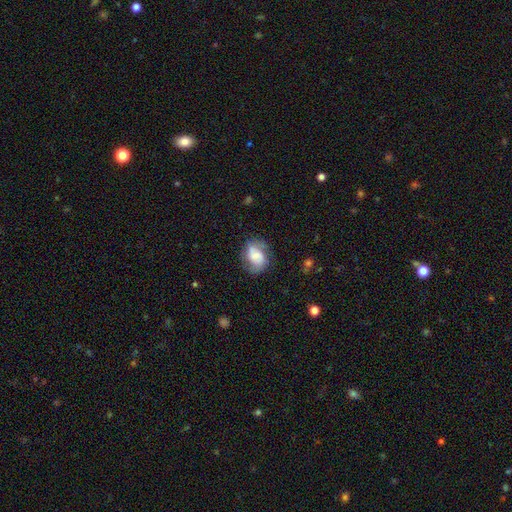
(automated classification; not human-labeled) This is possibly a featured or disk galaxy (46%). Merging: possibly none (58%).